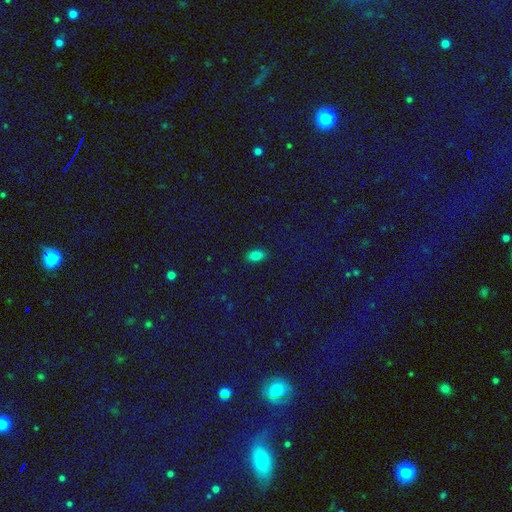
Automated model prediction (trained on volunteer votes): This is clearly a smooth galaxy (84%). How rounded: clearly in between (92%). Merging: clearly none (88%).